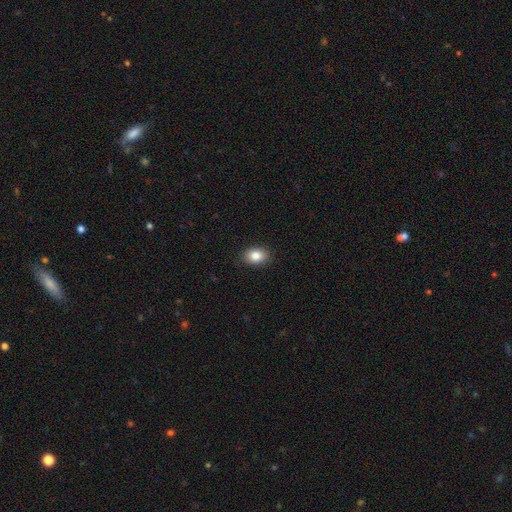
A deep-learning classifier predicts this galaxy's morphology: Overall: smooth (86%). How rounded: in between (76%). Merging: none (89%).